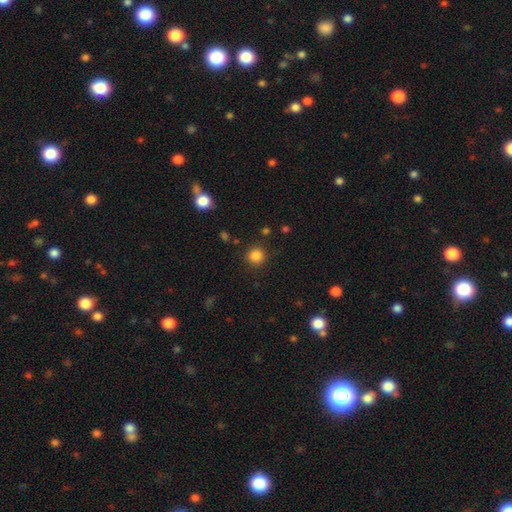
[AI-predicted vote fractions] A smooth galaxy with no disk features (85%) that is round (90%). Merging: none (87%).